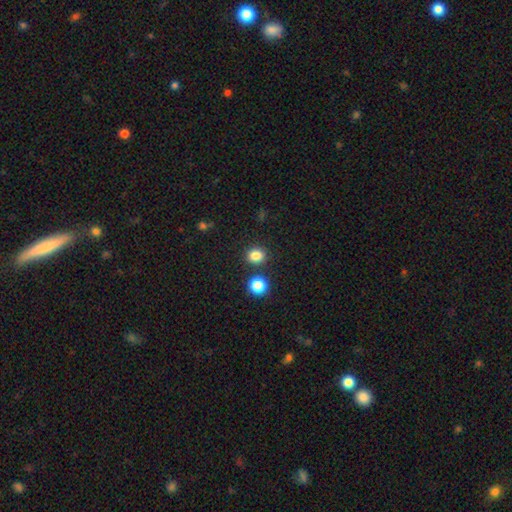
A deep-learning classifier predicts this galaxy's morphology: Smooth or featured?
  - smooth: 83% *
  - star or artifact: 13%
  - featured or disk: 4%
How rounded?
  - round: 75% *
  - in between: 24%
  - cigar-shaped: 1%
Merging?
  - none: 82% *
  - minor disturbance: 8%
  - merger: 7%
  - major disturbance: 3%